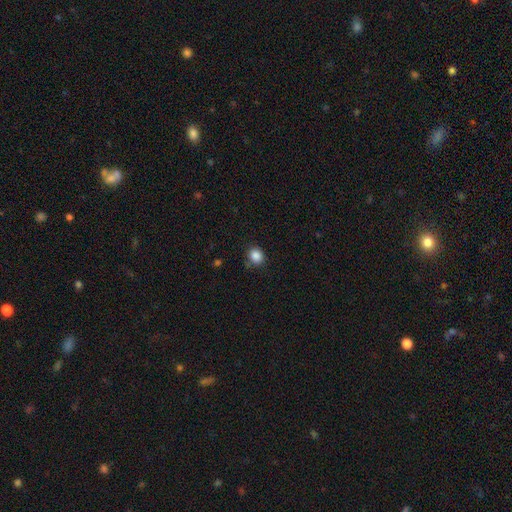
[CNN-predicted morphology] smooth_or_featured: smooth (p=0.86) [alt: star or artifact p=0.10]
how_rounded: round (p=0.70) [alt: in between p=0.29]
merging: none (p=0.82) [alt: minor disturbance p=0.12]